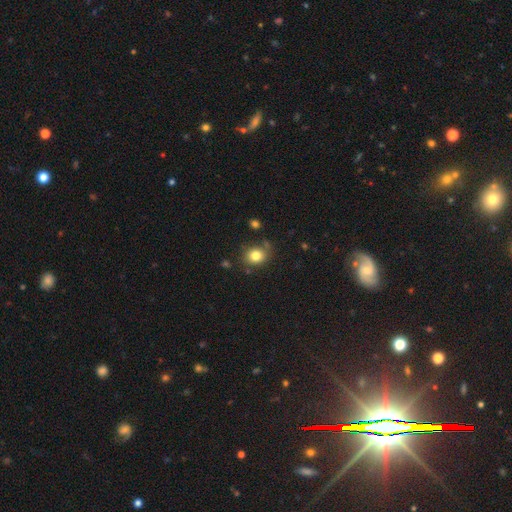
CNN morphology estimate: Smooth or featured? Predicted: smooth (p=0.81). How rounded? Predicted: round (p=0.64). Merging? Predicted: none (p=0.76).